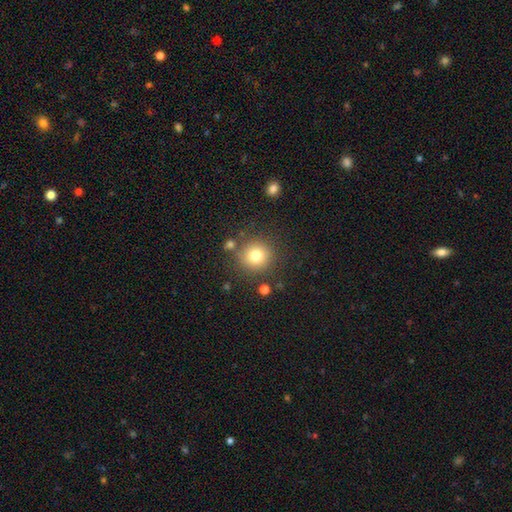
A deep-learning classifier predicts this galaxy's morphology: This appears to be a smooth galaxy with no disk features (78%) that is round (93%). Merging: none (83%).